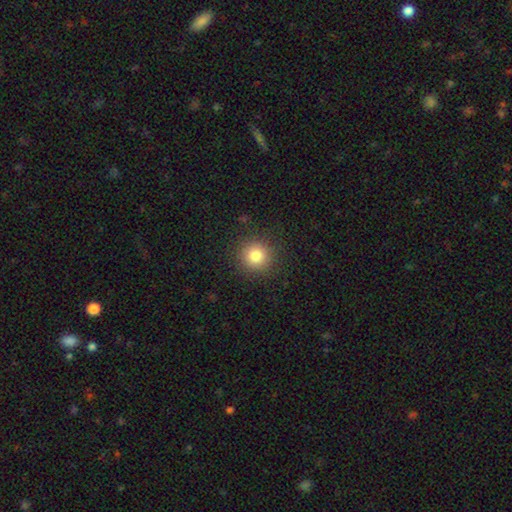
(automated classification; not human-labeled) Overall: smooth (81%). How rounded: round (94%). Merging: none (89%).